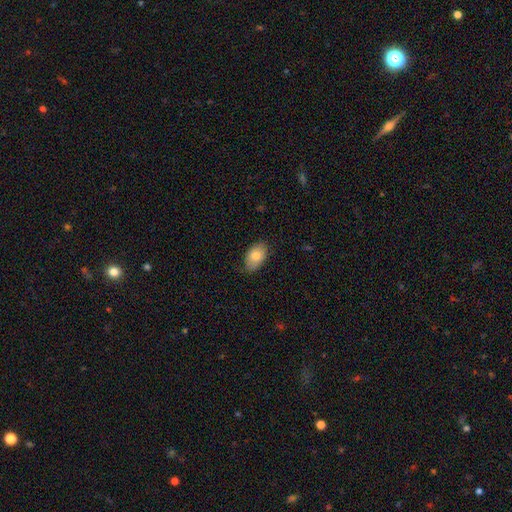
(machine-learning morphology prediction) smooth 79%, featured or disk 14%, star or artifact 7%. Down the decision tree: how rounded — in between (91%); merging — none (76%).